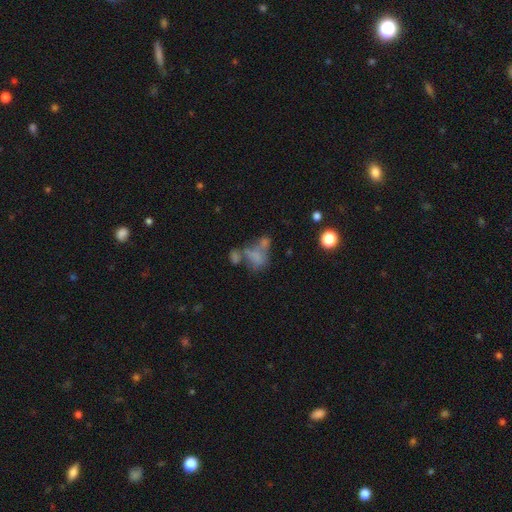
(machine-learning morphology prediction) A smooth galaxy with no disk features (57%) that is in between round and cigar-shaped (75%). Merging: merger (46%).